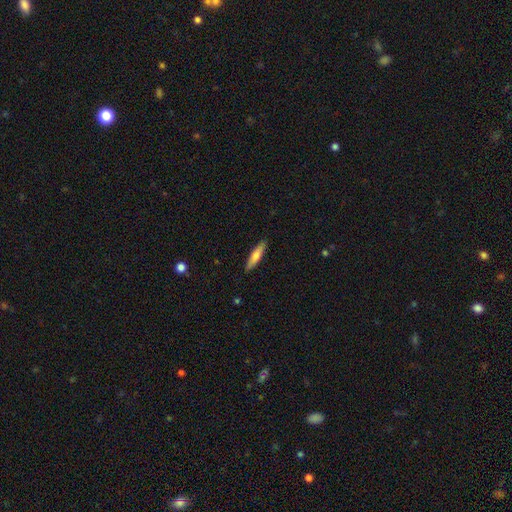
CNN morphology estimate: Smooth or featured?
  - smooth: 66% *
  - featured or disk: 28%
  - star or artifact: 6%
How rounded?
  - cigar-shaped: 82% *
  - in between: 17%
  - round: 2%
Merging?
  - none: 90% *
  - minor disturbance: 7%
  - major disturbance: 2%
  - merger: 1%